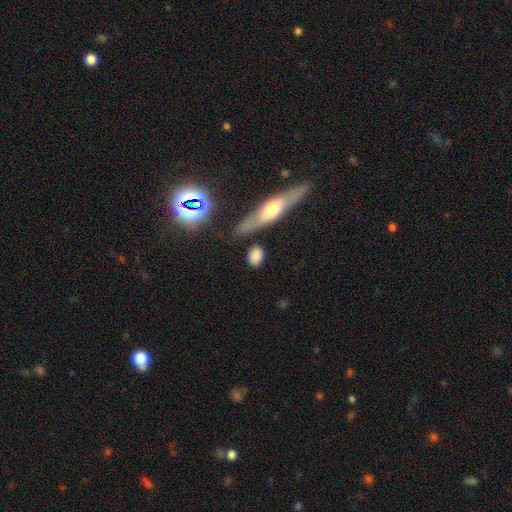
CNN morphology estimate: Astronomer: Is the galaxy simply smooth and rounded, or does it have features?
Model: smooth — 82%.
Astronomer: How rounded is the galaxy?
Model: in between — 61%.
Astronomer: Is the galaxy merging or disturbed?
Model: none — 78%.